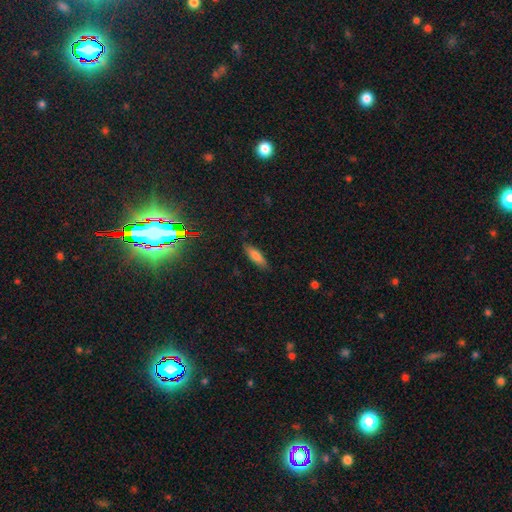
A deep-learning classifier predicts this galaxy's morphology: The model was most divided on "how rounded": cigar-shaped: 50%, in between: 48%, round: 2%. More confident: merging — none (83%); smooth or featured — smooth (77%).